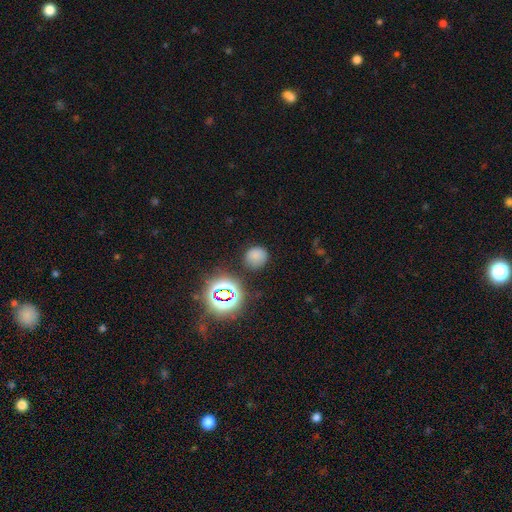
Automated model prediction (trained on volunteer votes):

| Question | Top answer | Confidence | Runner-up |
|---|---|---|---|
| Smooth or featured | smooth | 71% | star or artifact (22%) |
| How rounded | round | 83% | in between (16%) |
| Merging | none | 78% | minor disturbance (14%) |